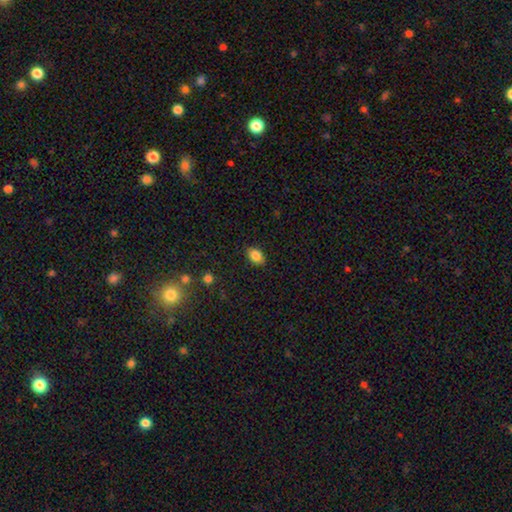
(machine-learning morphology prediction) This appears to be a smooth galaxy with no disk features (84%) that is in between round and cigar-shaped (83%). Merging: none (87%).